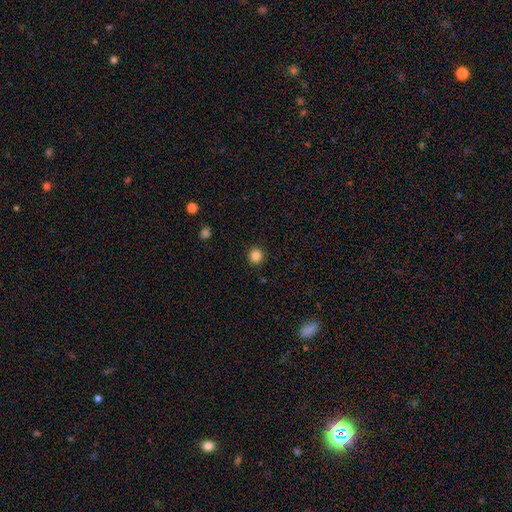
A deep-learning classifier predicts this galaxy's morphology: smooth-or-featured: smooth: 85% | star or artifact: 11% | featured or disk: 4%
  how-rounded: round: 93% | in between: 6% | cigar-shaped: 1%
  merging: none: 91% | minor disturbance: 6% | major disturbance: 2% | merger: 1%